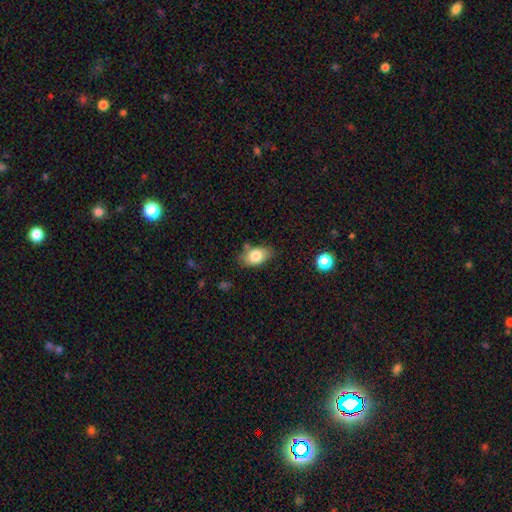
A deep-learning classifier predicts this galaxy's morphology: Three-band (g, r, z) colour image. It shows a smooth galaxy with no disk features (80%) that is in between round and cigar-shaped (90%). Merging: none (73%).